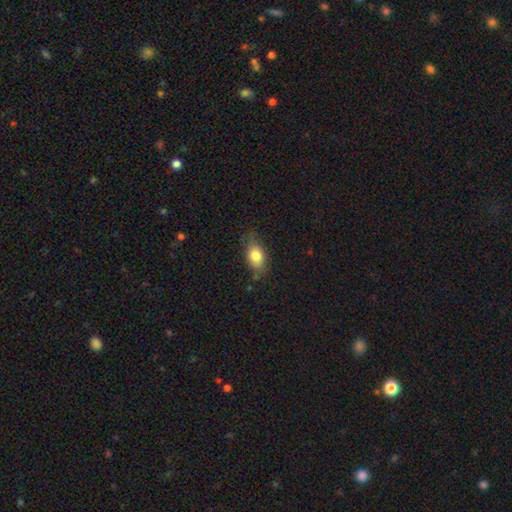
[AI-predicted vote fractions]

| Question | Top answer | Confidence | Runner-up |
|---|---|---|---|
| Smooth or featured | smooth | 80% | featured or disk (12%) |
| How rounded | in between | 85% | round (10%) |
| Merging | none | 70% | minor disturbance (23%) |